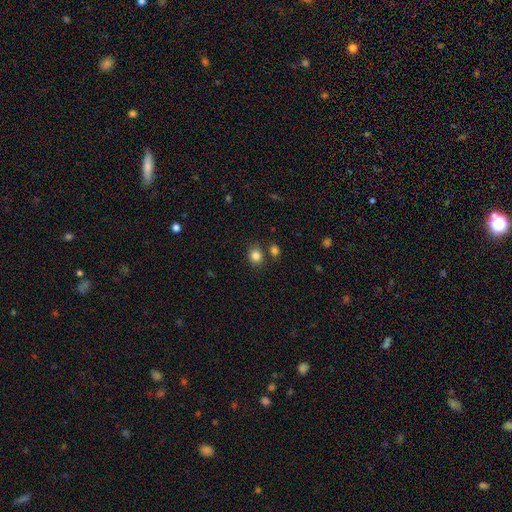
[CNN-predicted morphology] Smooth or featured?
  - smooth: 84% *
  - star or artifact: 12%
  - featured or disk: 5%
How rounded?
  - round: 73% *
  - in between: 26%
  - cigar-shaped: 1%
Merging?
  - none: 77% *
  - merger: 10%
  - minor disturbance: 10%
  - major disturbance: 3%